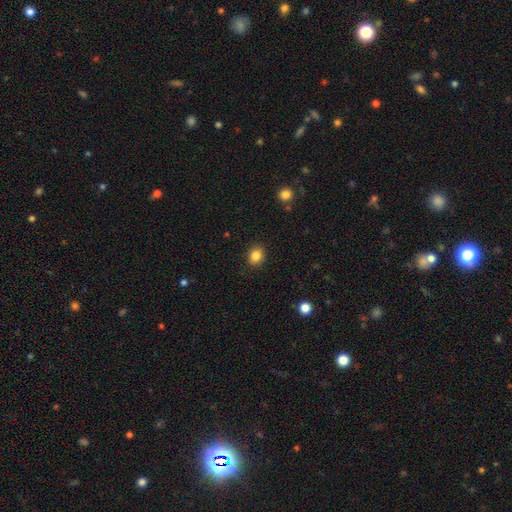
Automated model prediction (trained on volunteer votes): Smooth or featured? Predicted: smooth (p=0.85). How rounded? Predicted: round (p=0.52). Merging? Predicted: none (p=0.89).